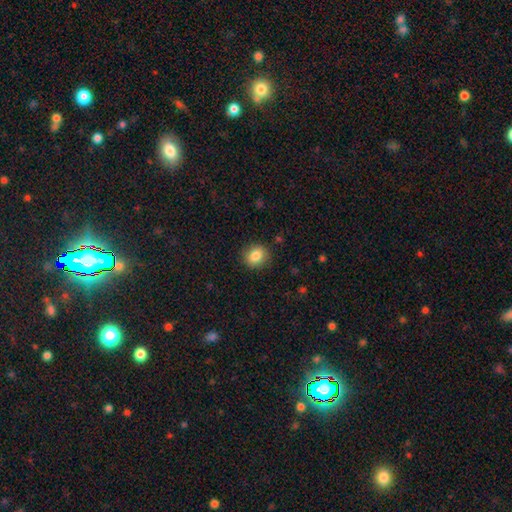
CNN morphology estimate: Smooth or featured? smooth (83%)
How rounded? round (76%)
Merging? none (86%)